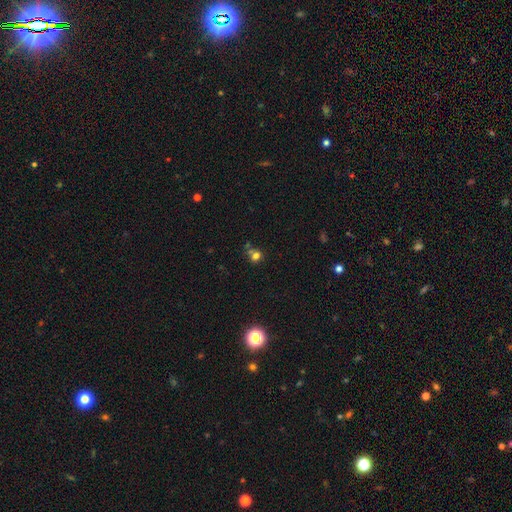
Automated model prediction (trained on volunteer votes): This is likely a smooth galaxy (68%). How rounded: likely round (77%). Merging: possibly none (53%).